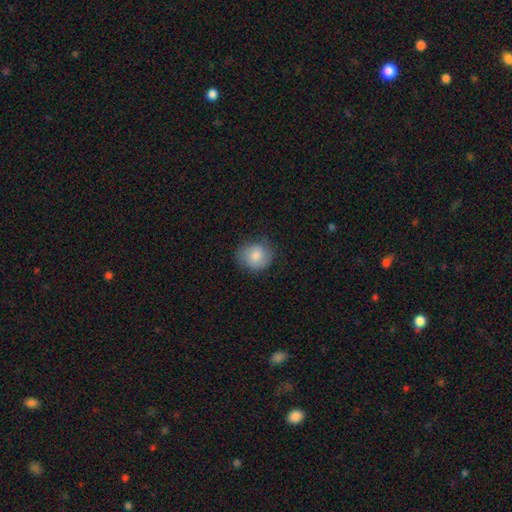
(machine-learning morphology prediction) This appears to be a smooth galaxy with no disk features (82%) that is round (76%). Merging: none (74%).